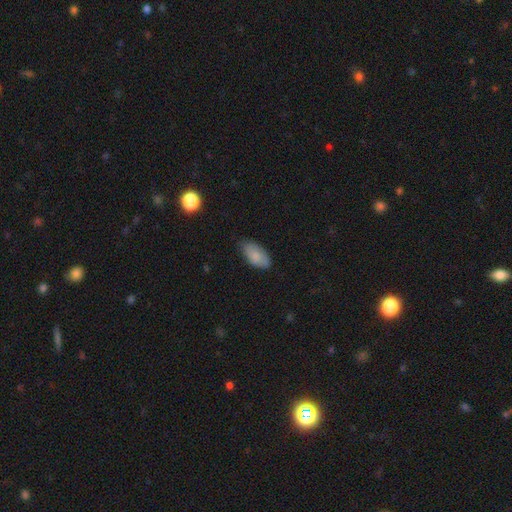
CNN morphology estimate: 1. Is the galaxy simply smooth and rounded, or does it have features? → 83% smooth, 11% featured or disk, 6% star or artifact.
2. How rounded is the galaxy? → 93% in between, 4% cigar-shaped, 3% round.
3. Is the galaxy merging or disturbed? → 71% none, 24% minor disturbance, 4% major disturbance, 1% merger.